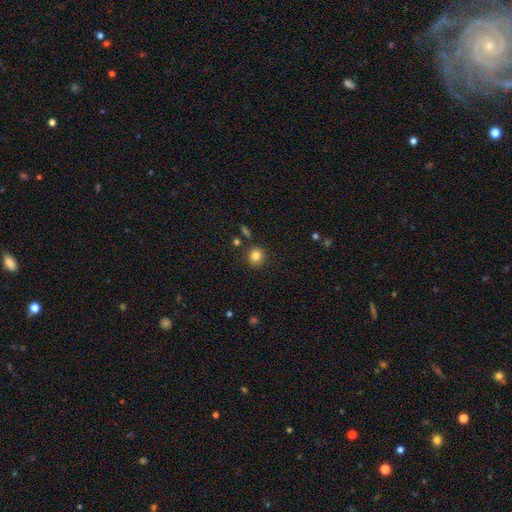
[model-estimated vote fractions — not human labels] Smooth or featured?
  - smooth: 83% *
  - star or artifact: 11%
  - featured or disk: 6%
How rounded?
  - round: 87% *
  - in between: 12%
  - cigar-shaped: 1%
Merging?
  - none: 86% *
  - minor disturbance: 8%
  - merger: 4%
  - major disturbance: 2%